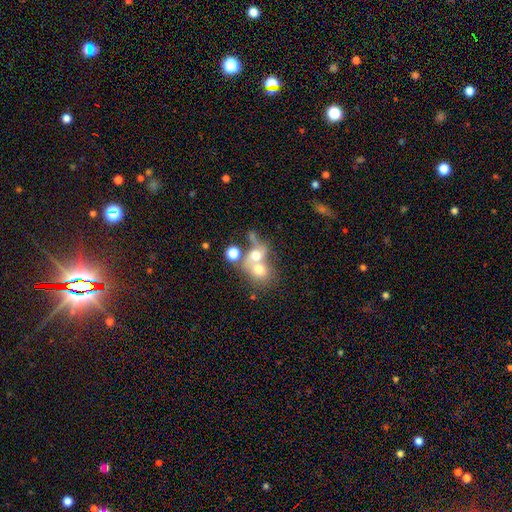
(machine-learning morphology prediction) This appears to be a smooth galaxy with no disk features (59%) that is round (53%). Merging: merger (65%).